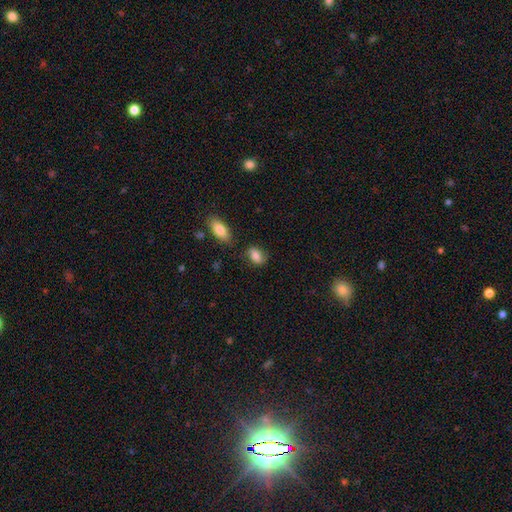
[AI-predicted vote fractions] This appears to be a smooth galaxy with no disk features (77%) that is in between round and cigar-shaped (82%). Merging: none (68%).